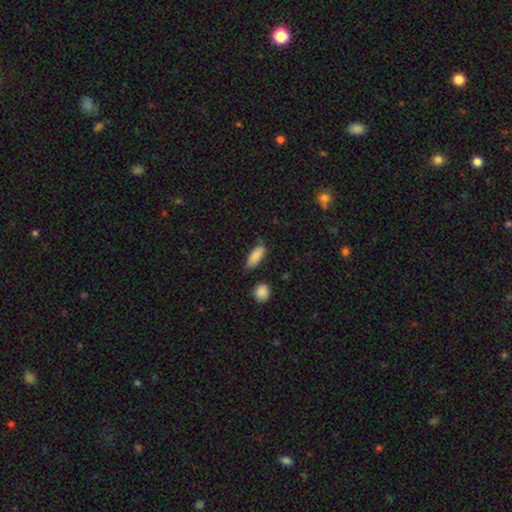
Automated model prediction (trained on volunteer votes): Smooth or featured? Predicted: smooth (p=0.85). How rounded? Predicted: in between (p=0.71). Merging? Predicted: none (p=0.64).